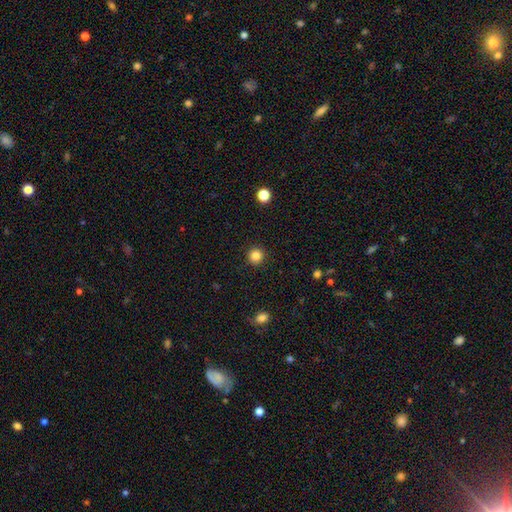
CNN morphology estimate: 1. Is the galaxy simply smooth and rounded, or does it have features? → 84% smooth, 12% star or artifact, 4% featured or disk.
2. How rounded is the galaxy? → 95% round, 4% in between, 1% cigar-shaped.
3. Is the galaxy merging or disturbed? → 93% none, 5% minor disturbance, 2% major disturbance, 1% merger.